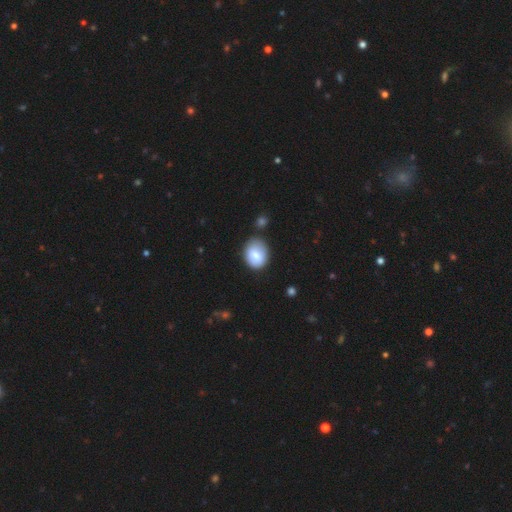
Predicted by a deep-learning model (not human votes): Smooth or featured?
  - smooth: 79% *
  - featured or disk: 14%
  - star or artifact: 7%
How rounded?
  - in between: 58% *
  - round: 41%
  - cigar-shaped: 1%
Merging?
  - none: 69% *
  - minor disturbance: 20%
  - merger: 7%
  - major disturbance: 4%